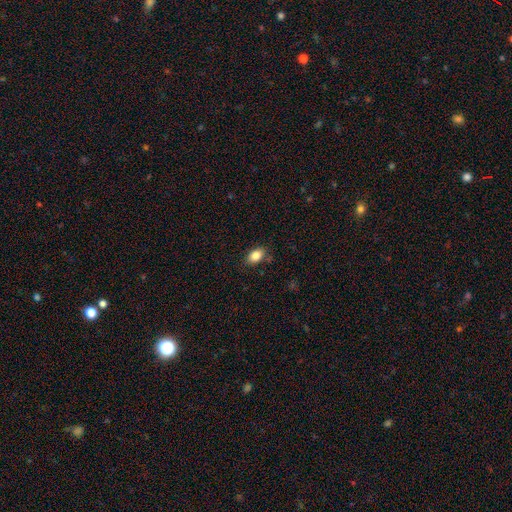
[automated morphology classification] This is clearly a smooth galaxy (85%). How rounded: clearly in between (85%). Merging: clearly none (83%).